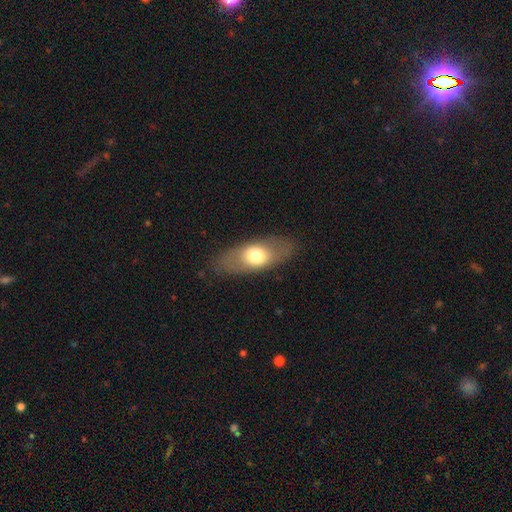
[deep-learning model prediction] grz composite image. It shows a smooth galaxy with no disk features (63%) that is in between round and cigar-shaped (83%). Merging: none (82%).